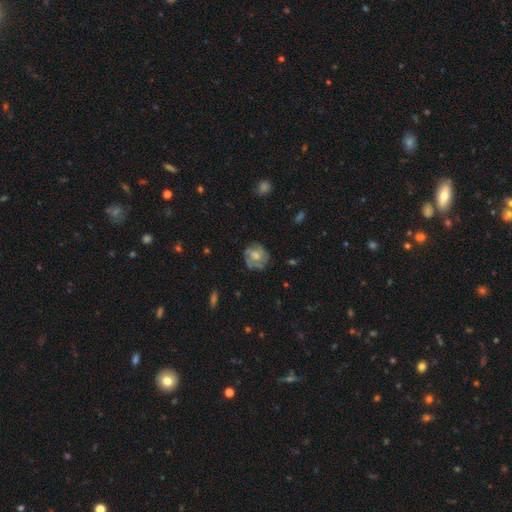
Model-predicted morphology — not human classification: Smooth or featured?
  - featured or disk: 57% *
  - smooth: 35%
  - star or artifact: 8%
Edge-on disk?
  - no: 97% *
  - yes: 3%
Bar?
  - no: 69% *
  - weak: 27%
  - strong: 4%
Spiral arms?
  - yes: 65% *
  - no: 35%
Bulge size?
  - moderate: 53% *
  - small: 23%
  - large: 13%
  - none: 10%
  - dominant: 1%
Merging?
  - none: 66% *
  - minor disturbance: 21%
  - major disturbance: 10%
  - merger: 2%